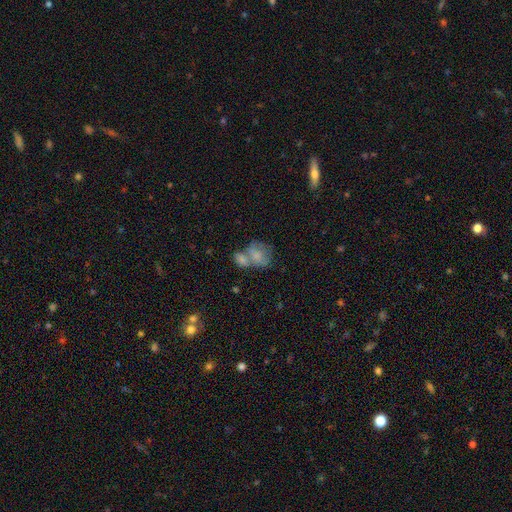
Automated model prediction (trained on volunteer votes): Smooth or featured?
  - smooth: 66% *
  - featured or disk: 25%
  - star or artifact: 9%
How rounded?
  - in between: 59% *
  - round: 40%
  - cigar-shaped: 2%
Merging?
  - merger: 59% *
  - none: 22%
  - minor disturbance: 12%
  - major disturbance: 7%